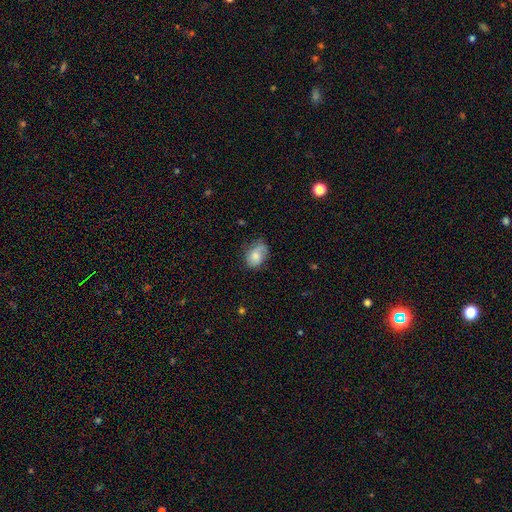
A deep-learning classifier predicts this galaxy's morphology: This is likely a smooth galaxy (68%). How rounded: likely in between (79%). Merging: possibly none (54%).